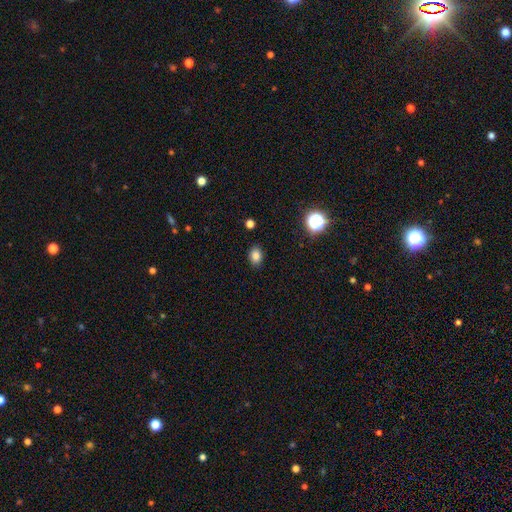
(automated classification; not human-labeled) A smooth galaxy with no disk features (83%) that is in between round and cigar-shaped (67%). Merging: none (88%).